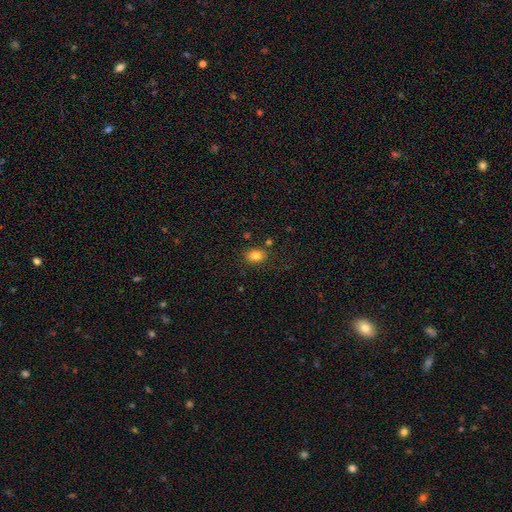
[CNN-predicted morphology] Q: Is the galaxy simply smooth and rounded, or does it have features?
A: smooth — 81%.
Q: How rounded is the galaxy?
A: in between — 67%.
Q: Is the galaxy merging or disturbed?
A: none — 80%.